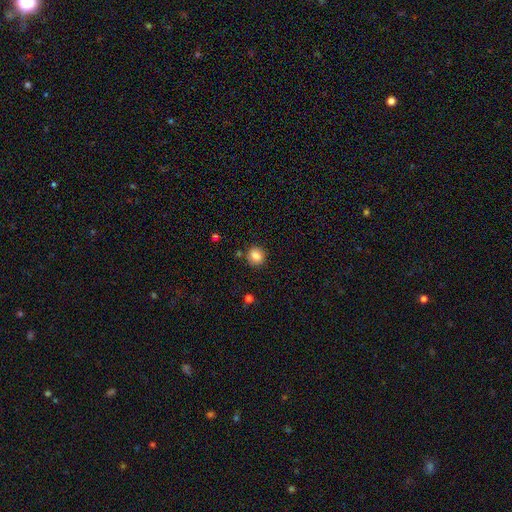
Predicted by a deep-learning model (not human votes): Overall: smooth (85%). How rounded: round (86%). Merging: none (85%).